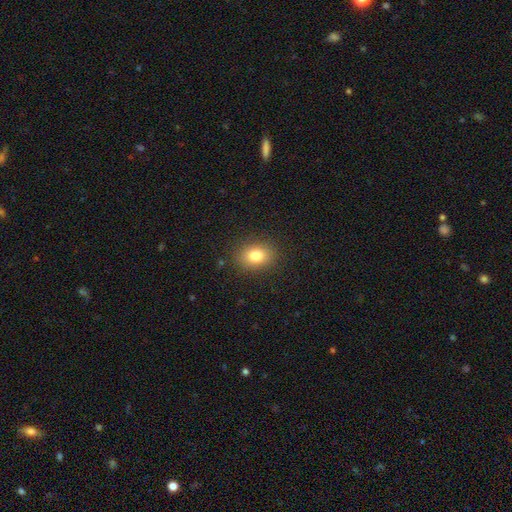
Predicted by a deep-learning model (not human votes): This is clearly a smooth galaxy (81%). How rounded: possibly in between (60%). Merging: clearly none (87%).